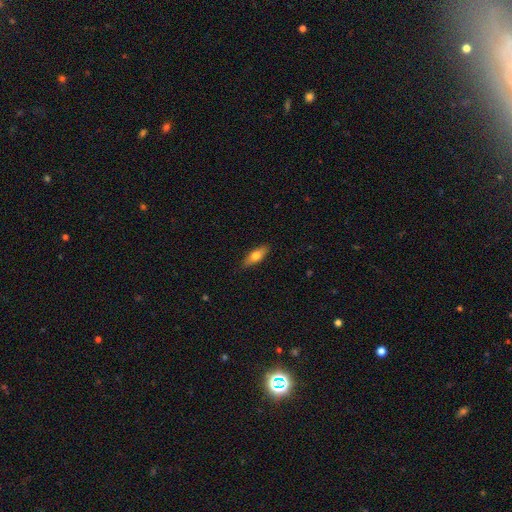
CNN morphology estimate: Smooth or featured? Predicted: smooth (p=0.66). How rounded? Predicted: in between (p=0.63). Merging? Predicted: none (p=0.85).